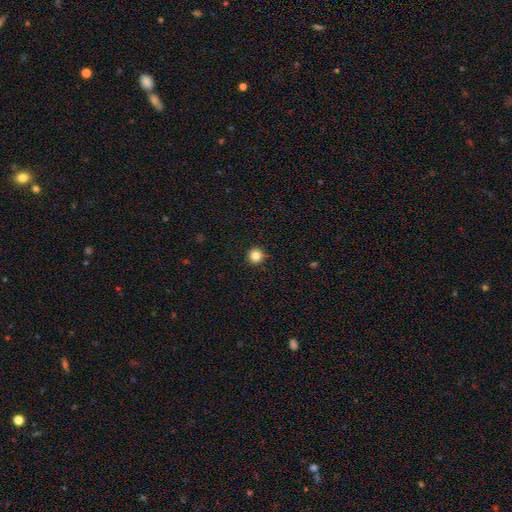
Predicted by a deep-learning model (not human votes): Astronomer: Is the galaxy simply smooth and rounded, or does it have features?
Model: smooth — 83%.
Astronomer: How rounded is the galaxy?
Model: round — 95%.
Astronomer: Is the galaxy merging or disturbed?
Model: none — 91%.